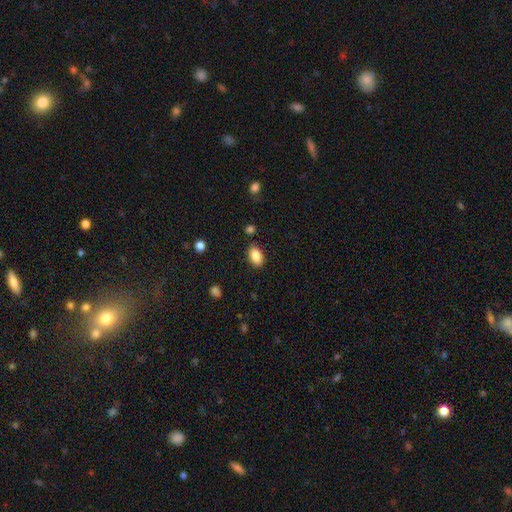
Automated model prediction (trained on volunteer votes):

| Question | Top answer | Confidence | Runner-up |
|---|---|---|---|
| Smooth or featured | smooth | 88% | star or artifact (8%) |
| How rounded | in between | 90% | round (8%) |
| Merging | none | 85% | minor disturbance (10%) |